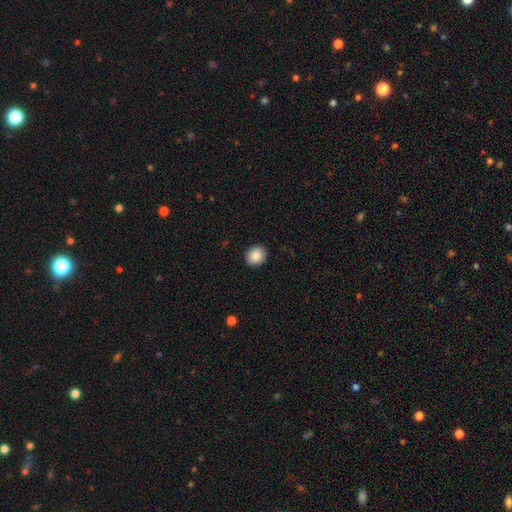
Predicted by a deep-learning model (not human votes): A smooth galaxy with no disk features (86%) that is round (74%). Merging: none (92%).